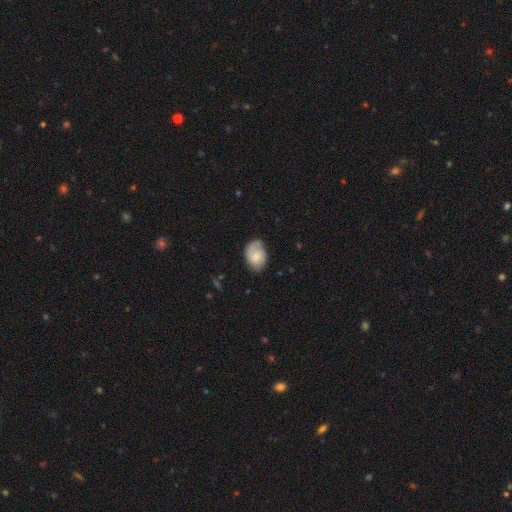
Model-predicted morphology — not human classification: Overall: smooth (54%; featured or disk 39%). How rounded: in between (78%). Merging: none (60%; minor disturbance 28%).